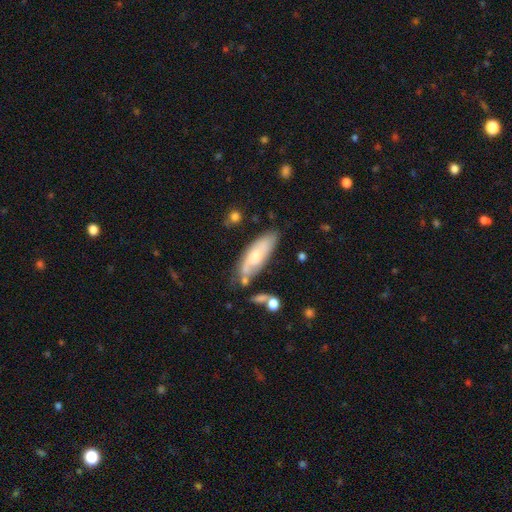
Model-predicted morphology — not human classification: smooth_or_featured: smooth (p=0.49) [alt: featured or disk p=0.44]
merging: none (p=0.58) [alt: minor disturbance p=0.24]